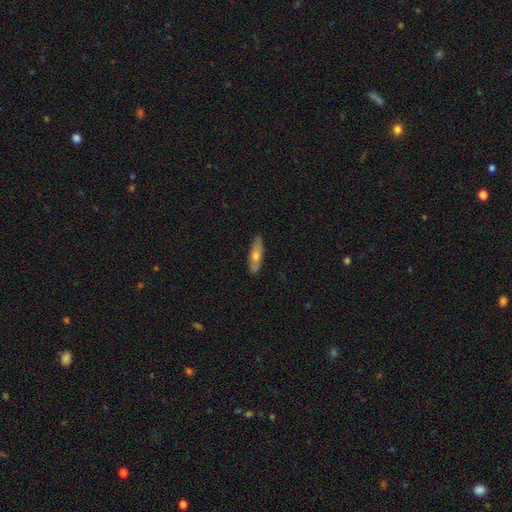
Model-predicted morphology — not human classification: This is possibly a smooth galaxy (59%). How rounded: likely cigar-shaped (64%). Merging: clearly none (87%).